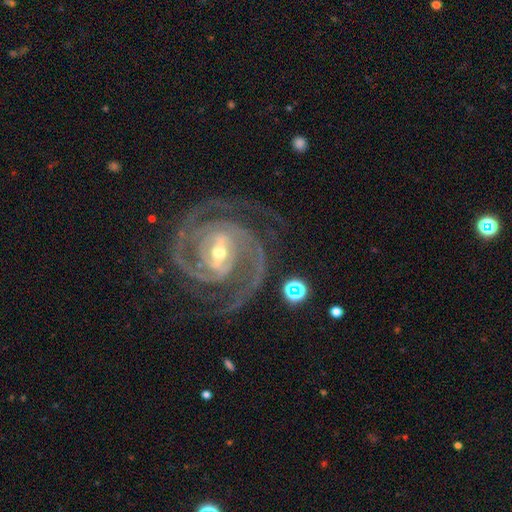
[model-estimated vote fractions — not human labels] Morphology: type=featured or disk (93%); edge-on=no (97%); bar=strong (59%); spiral arms=yes (99%); winding=tight (63%); arm count=2 (75%); bulge=small (54%); merging=none (79%).